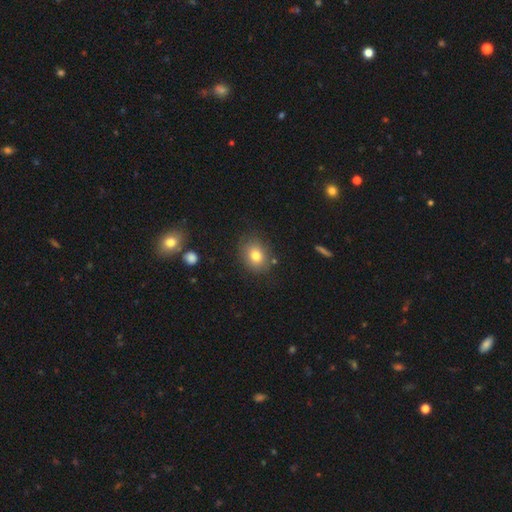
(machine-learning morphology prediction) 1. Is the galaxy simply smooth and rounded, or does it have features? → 78% smooth, 11% featured or disk, 11% star or artifact.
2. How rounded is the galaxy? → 53% round, 46% in between, 1% cigar-shaped.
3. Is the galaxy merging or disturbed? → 80% none, 13% minor disturbance, 4% major disturbance, 3% merger.